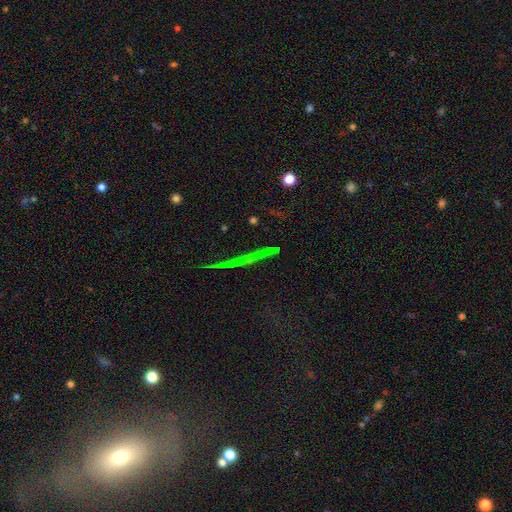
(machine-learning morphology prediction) star or artifact 41%, featured or disk 37%, smooth 22%.